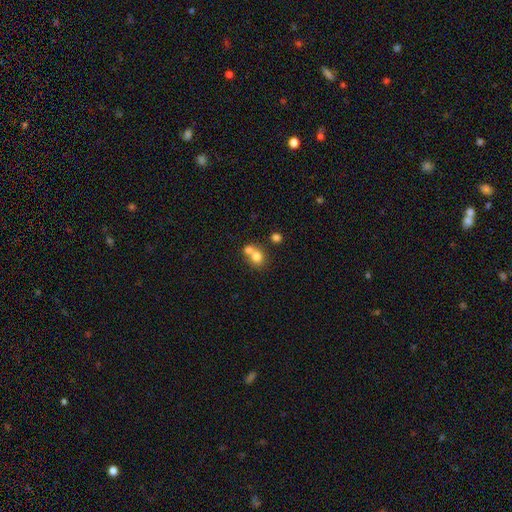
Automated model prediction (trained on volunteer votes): Overall: smooth (76%). How rounded: round (73%). Merging: merger (57%; none 35%).